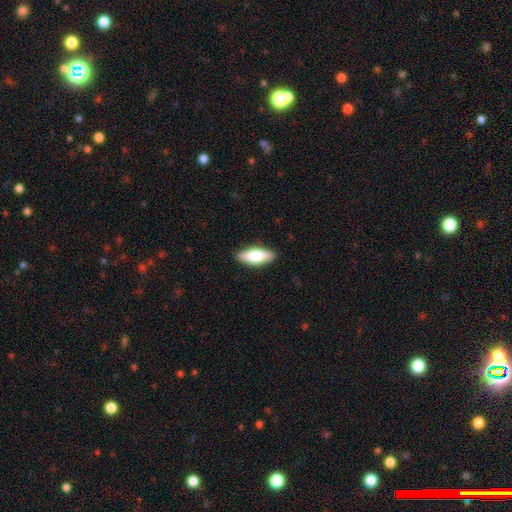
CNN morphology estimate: Overall: smooth (67%; featured or disk 27%). How rounded: in between (71%). Merging: none (89%).